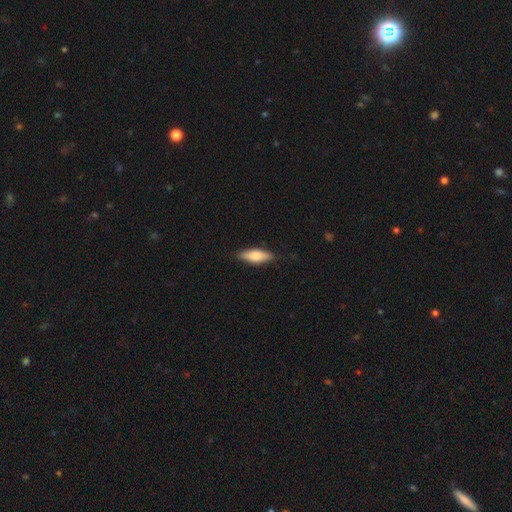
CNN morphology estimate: Overall: smooth (78%). How rounded: in between (60%; cigar-shaped 37%). Merging: none (84%).